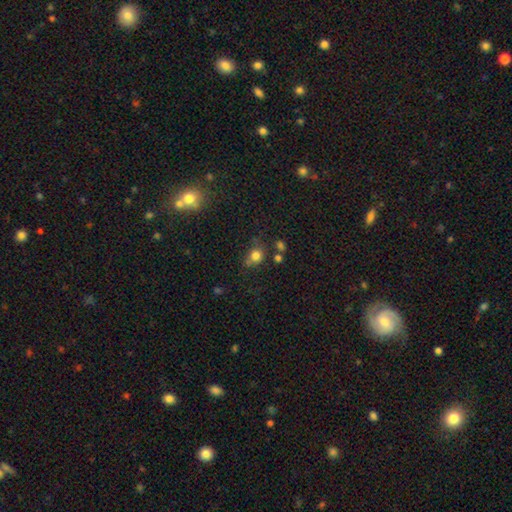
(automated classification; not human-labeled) Smooth or featured?
  - smooth: 79% *
  - star or artifact: 13%
  - featured or disk: 8%
How rounded?
  - round: 73% *
  - in between: 26%
  - cigar-shaped: 1%
Merging?
  - none: 58% *
  - minor disturbance: 20%
  - merger: 14%
  - major disturbance: 8%